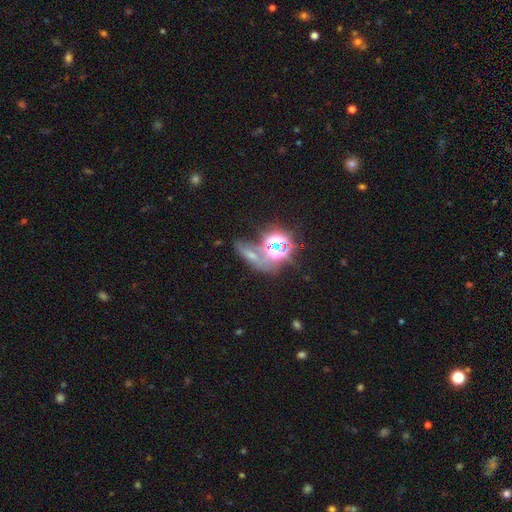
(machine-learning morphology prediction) star or artifact 54%, smooth 30%, featured or disk 16%.